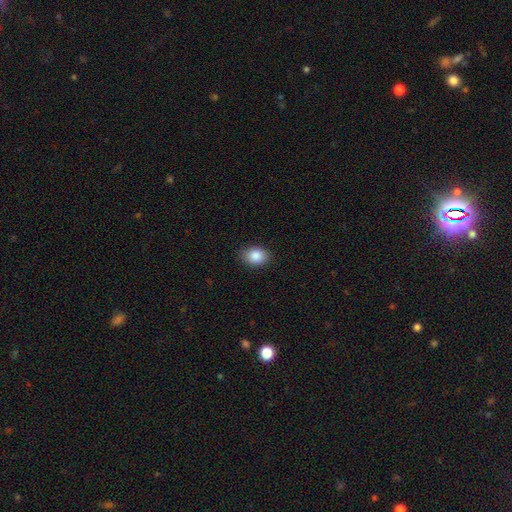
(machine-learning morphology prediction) Smooth or featured? Predicted: smooth (p=0.87). How rounded? Predicted: in between (p=0.63). Merging? Predicted: none (p=0.87).